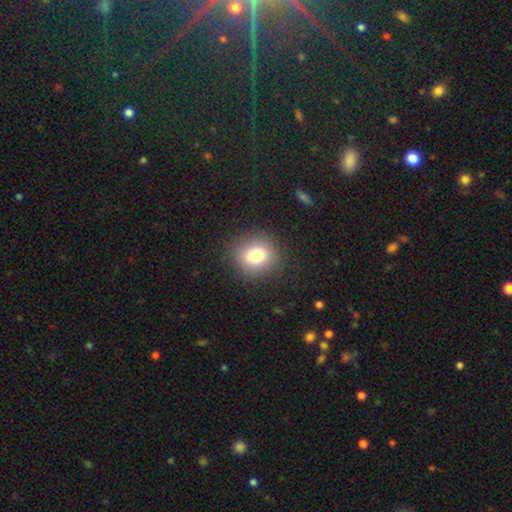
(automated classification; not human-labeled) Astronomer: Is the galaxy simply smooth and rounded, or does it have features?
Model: smooth — 80%.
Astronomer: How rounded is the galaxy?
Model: round — 83%.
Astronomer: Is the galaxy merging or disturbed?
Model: none — 88%.